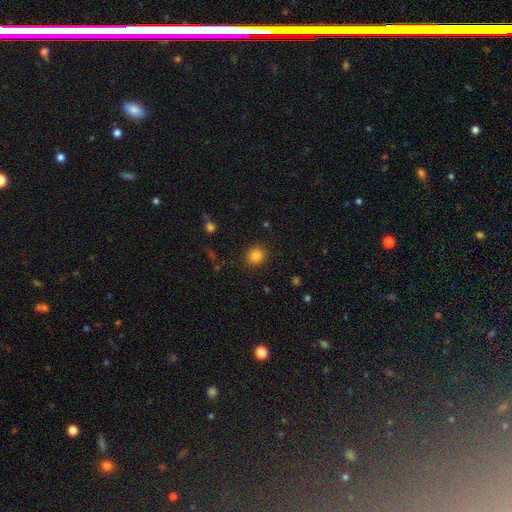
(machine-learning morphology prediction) This appears to be a smooth galaxy with no disk features (84%) that is round (87%). Merging: none (89%).